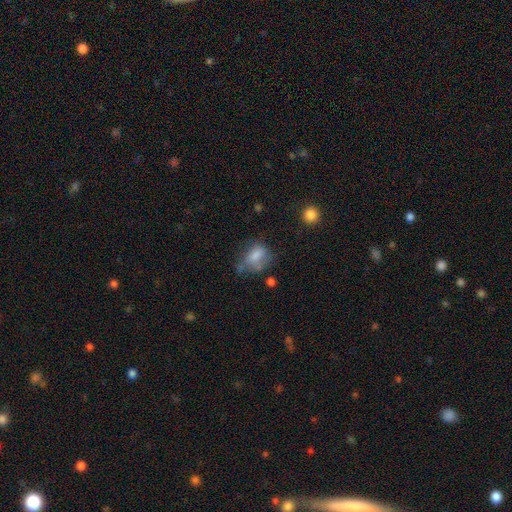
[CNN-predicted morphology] Smooth or featured: smooth — 67% (featured or disk — 21%)
How rounded: in between — 71% (round — 27%)
Merging: none — 40% (minor disturbance — 29%)